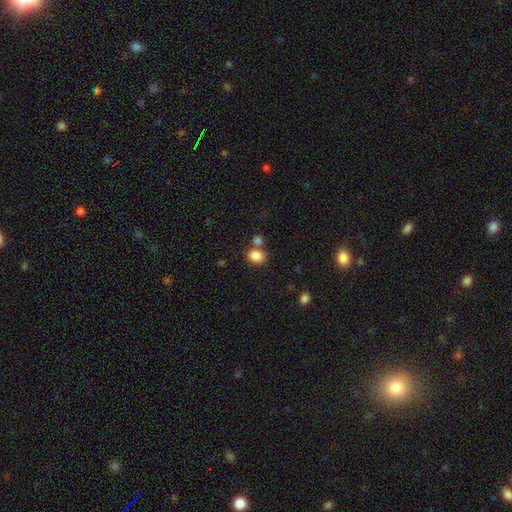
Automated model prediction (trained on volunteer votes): A smooth galaxy with no disk features (85%) that is in between round and cigar-shaped (52%).

Vote fractions:
- Smooth or featured? smooth: 85% / star or artifact: 10% / featured or disk: 5%
- How rounded? in between: 52% / round: 47% / cigar-shaped: 1%
- Merging? none: 62% / merger: 24% / minor disturbance: 11% / major disturbance: 4%